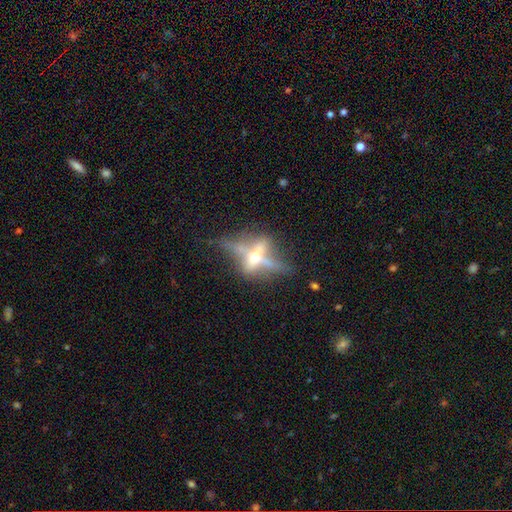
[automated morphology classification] A featured or disk galaxy (75%) viewed edge-on (79%) with a rounded central bulge (95%). Merging: none (59%).